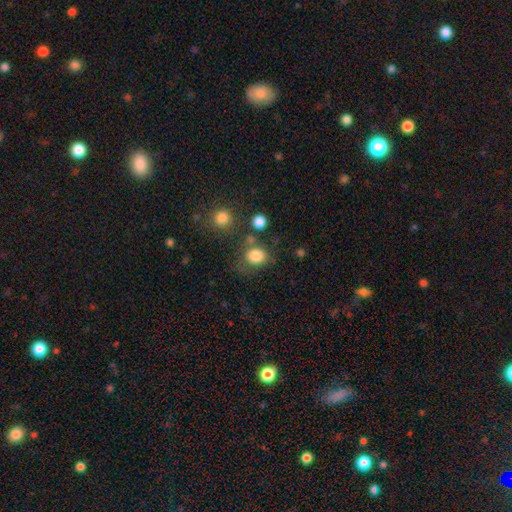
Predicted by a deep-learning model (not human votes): Smooth or featured: smooth — 82% (star or artifact — 11%)
How rounded: round — 65% (in between — 34%)
Merging: none — 61% (minor disturbance — 18%)